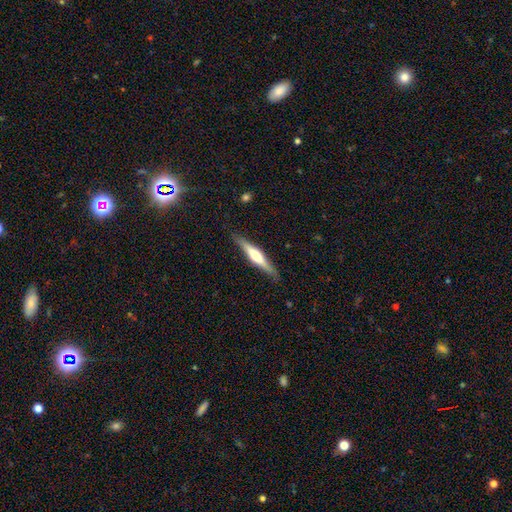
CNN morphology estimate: A featured or disk galaxy (65%) viewed edge-on (97%) with a rounded central bulge (84%). Merging: none (87%).